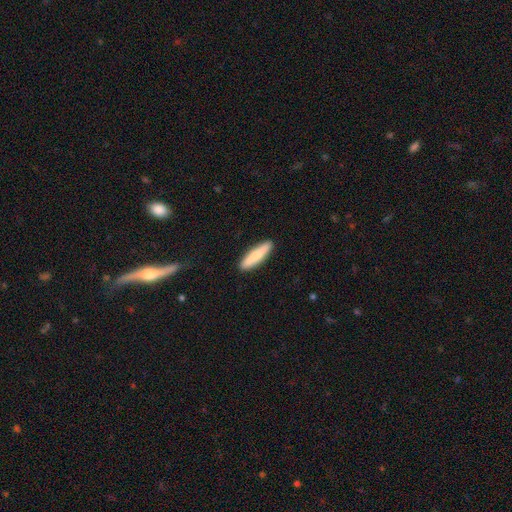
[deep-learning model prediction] This is clearly a smooth galaxy (82%). How rounded: clearly cigar-shaped (80%). Merging: clearly none (90%).